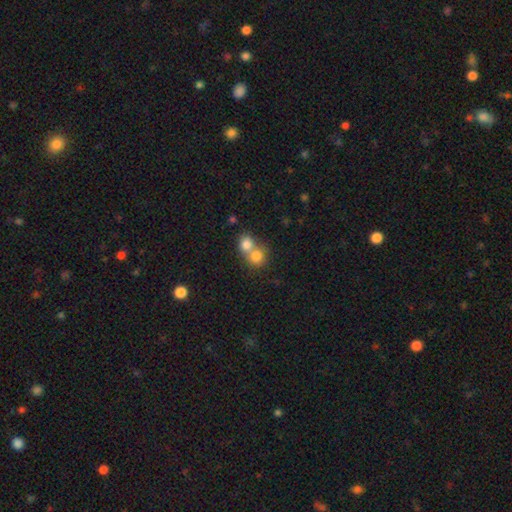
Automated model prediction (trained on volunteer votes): smooth-or-featured: smooth: 78% | featured or disk: 12% | star or artifact: 10%
  how-rounded: round: 79% | in between: 20% | cigar-shaped: 1%
  merging: merger: 62% | none: 30% | minor disturbance: 5% | major disturbance: 2%